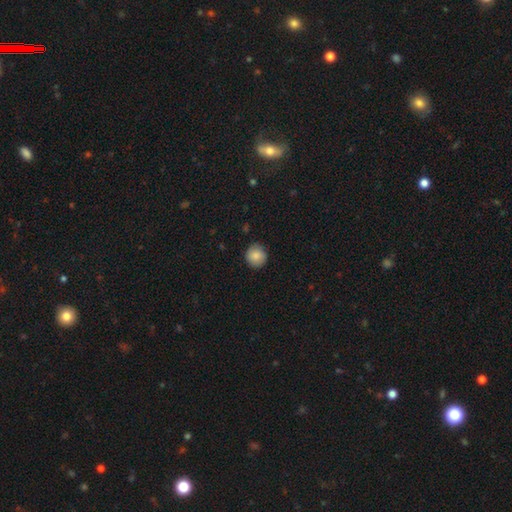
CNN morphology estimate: Q: Smooth or featured?
A: smooth (85%); runner-up: star or artifact (8%)
Q: How rounded?
A: round (92%); runner-up: in between (7%)
Q: Merging?
A: none (86%); runner-up: minor disturbance (11%)